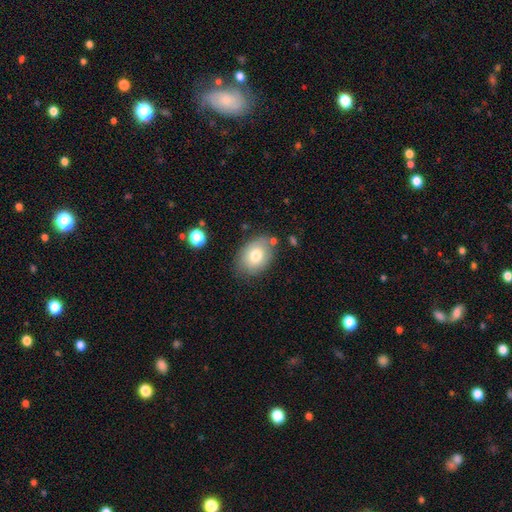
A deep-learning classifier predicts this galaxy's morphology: Smooth or featured: smooth — 75% (featured or disk — 17%)
How rounded: in between — 76% (round — 23%)
Merging: none — 74% (minor disturbance — 17%)